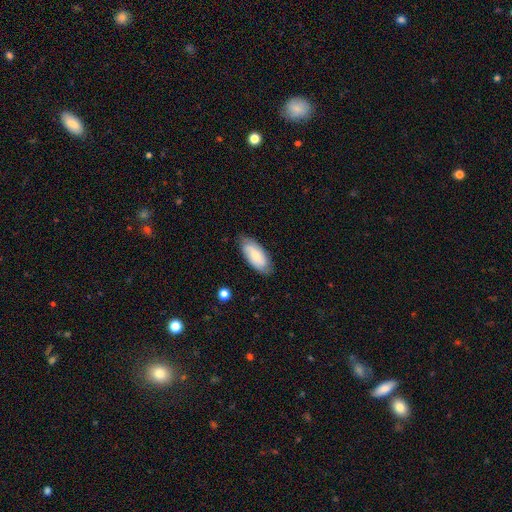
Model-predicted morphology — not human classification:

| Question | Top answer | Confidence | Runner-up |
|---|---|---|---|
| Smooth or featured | smooth | 59% | featured or disk (35%) |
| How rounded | in between | 87% | cigar-shaped (11%) |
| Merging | none | 80% | minor disturbance (15%) |